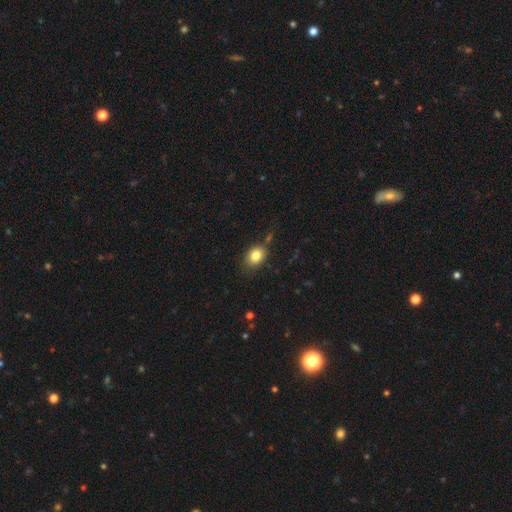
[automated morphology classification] smooth-or-featured: smooth: 83% | star or artifact: 9% | featured or disk: 8%
  how-rounded: in between: 68% | round: 31% | cigar-shaped: 1%
  merging: none: 75% | minor disturbance: 17% | merger: 4% | major disturbance: 4%